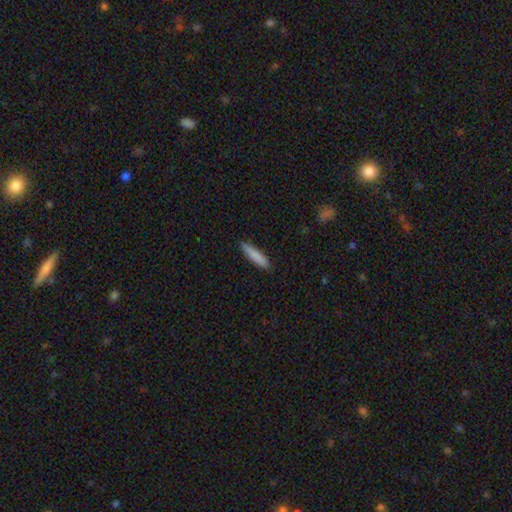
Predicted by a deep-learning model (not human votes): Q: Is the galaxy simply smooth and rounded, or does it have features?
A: smooth — 86%.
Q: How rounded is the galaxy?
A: cigar-shaped — 83%.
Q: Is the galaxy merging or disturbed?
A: none — 88%.